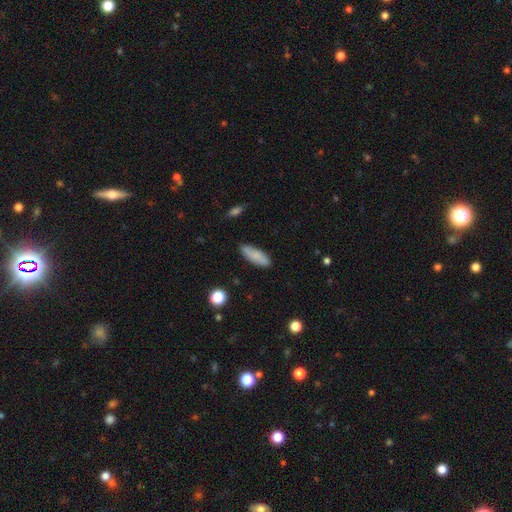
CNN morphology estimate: Smooth or featured? smooth (80%)
How rounded? in between (59%)
Merging? none (83%)